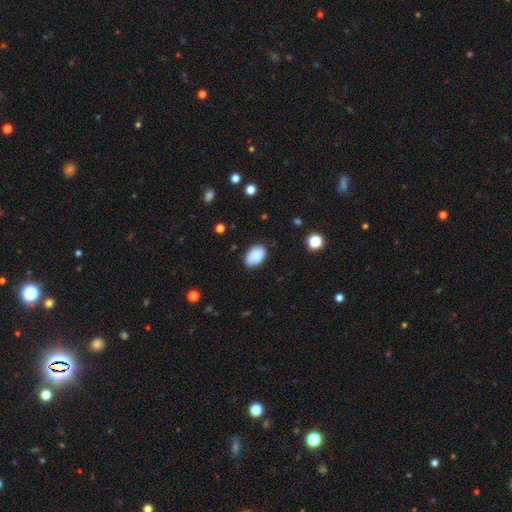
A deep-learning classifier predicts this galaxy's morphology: Smooth or featured?
  - smooth: 85% *
  - star or artifact: 8%
  - featured or disk: 7%
How rounded?
  - in between: 87% *
  - round: 12%
  - cigar-shaped: 1%
Merging?
  - none: 76% *
  - minor disturbance: 17%
  - major disturbance: 4%
  - merger: 3%